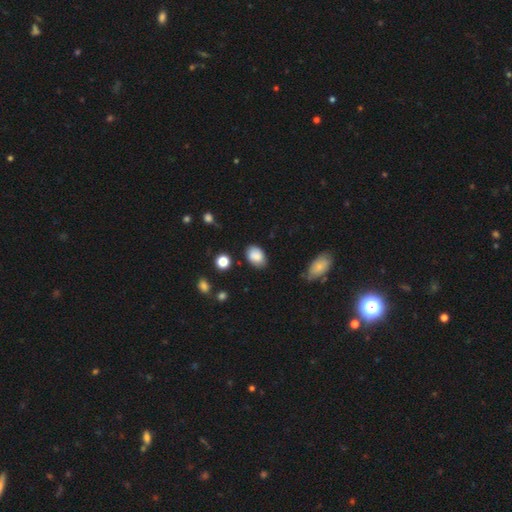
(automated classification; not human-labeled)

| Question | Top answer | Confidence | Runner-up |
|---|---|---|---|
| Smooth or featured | smooth | 85% | star or artifact (8%) |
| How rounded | in between | 85% | round (14%) |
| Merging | none | 77% | minor disturbance (17%) |